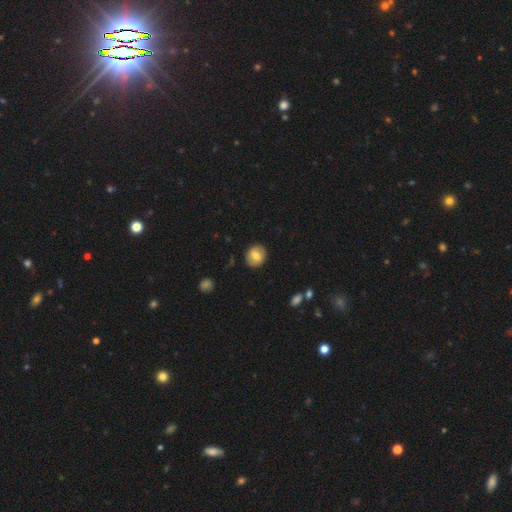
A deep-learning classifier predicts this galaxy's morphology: smooth 71%, featured or disk 21%, star or artifact 8%. Down the decision tree: how rounded — round (75%); merging — none (88%).